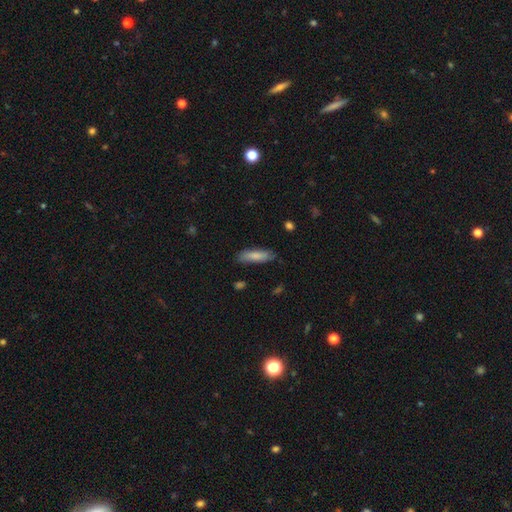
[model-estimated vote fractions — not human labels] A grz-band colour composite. It shows a smooth galaxy with no disk features (82%) that is cigar-shaped (61%). Merging: none (80%).